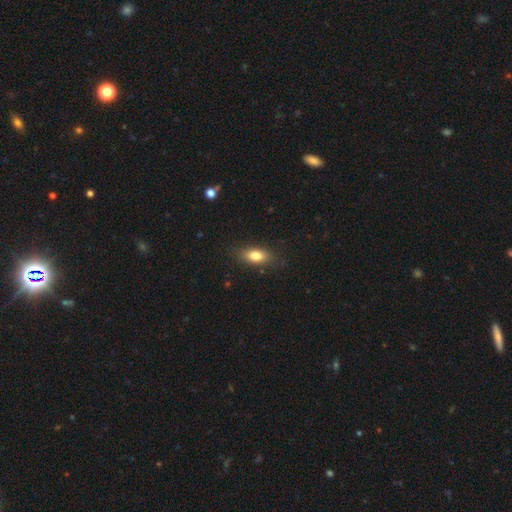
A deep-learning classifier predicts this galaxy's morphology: type=smooth (81%); roundness=in between (83%); merging=none (81%).